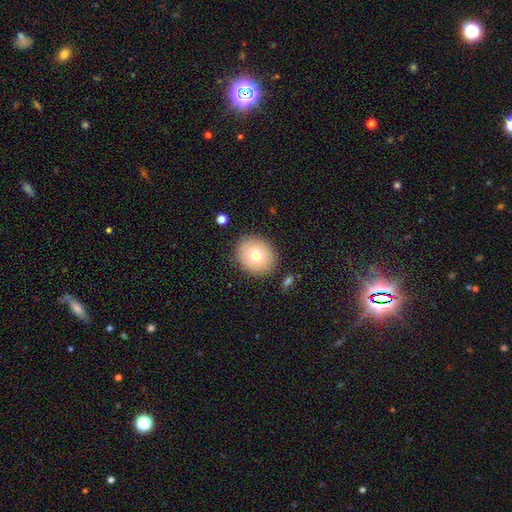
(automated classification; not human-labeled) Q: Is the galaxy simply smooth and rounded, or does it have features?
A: smooth — 72%.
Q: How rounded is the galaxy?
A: round — 76%.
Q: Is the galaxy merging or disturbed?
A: none — 87%.